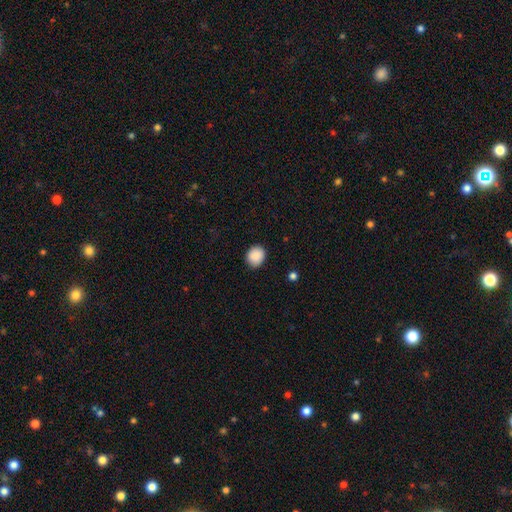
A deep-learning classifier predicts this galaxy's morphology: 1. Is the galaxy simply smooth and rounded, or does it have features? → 89% smooth, 8% star or artifact, 3% featured or disk.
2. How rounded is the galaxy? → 72% round, 27% in between, 1% cigar-shaped.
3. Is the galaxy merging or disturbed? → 86% none, 11% minor disturbance, 2% major disturbance, 1% merger.